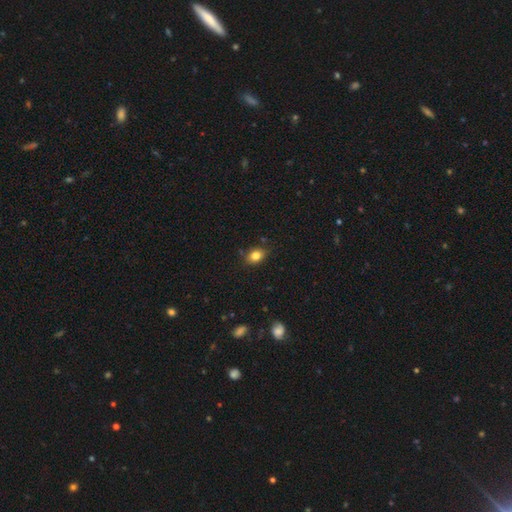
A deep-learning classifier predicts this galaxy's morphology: This appears to be a smooth galaxy with no disk features (81%) that is in between round and cigar-shaped (65%). Merging: none (81%).